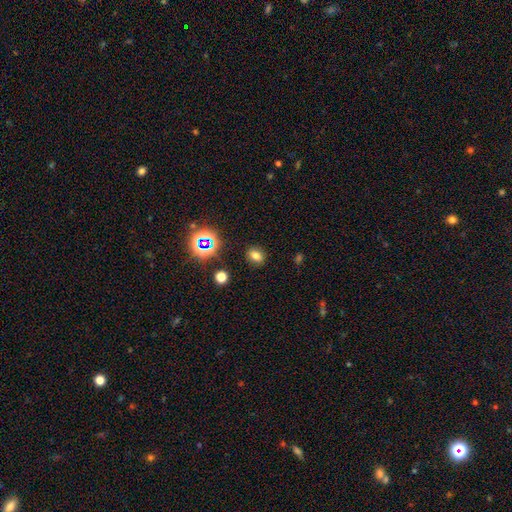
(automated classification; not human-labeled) A smooth galaxy with no disk features (71%) that is in between round and cigar-shaped (59%).

Vote fractions:
- Smooth or featured? smooth: 71% / star or artifact: 21% / featured or disk: 9%
- How rounded? in between: 59% / round: 39% / cigar-shaped: 1%
- Merging? none: 87% / minor disturbance: 8% / major disturbance: 3% / merger: 2%